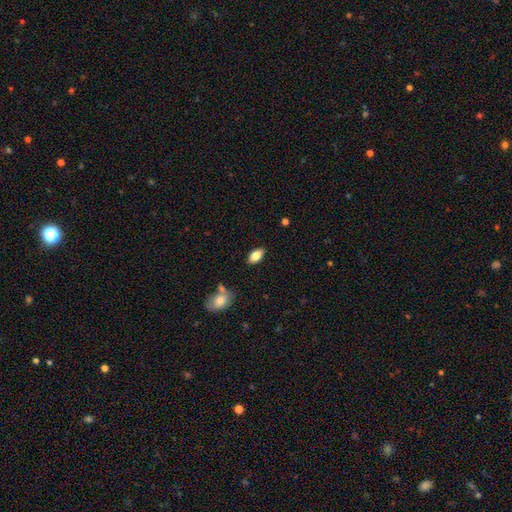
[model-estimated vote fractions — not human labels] The model was most divided on "smooth or featured": smooth: 79%, featured or disk: 14%, star or artifact: 7%. More confident: how rounded — in between (91%); merging — none (86%).